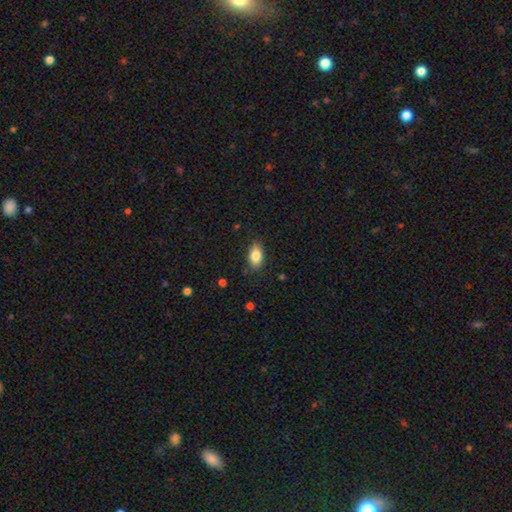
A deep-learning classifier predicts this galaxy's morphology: A smooth galaxy with no disk features (84%) that is in between round and cigar-shaped (90%).

Vote fractions:
- Smooth or featured? smooth: 84% / featured or disk: 8% / star or artifact: 8%
- How rounded? in between: 90% / round: 6% / cigar-shaped: 4%
- Merging? none: 84% / minor disturbance: 12% / major disturbance: 3% / merger: 1%